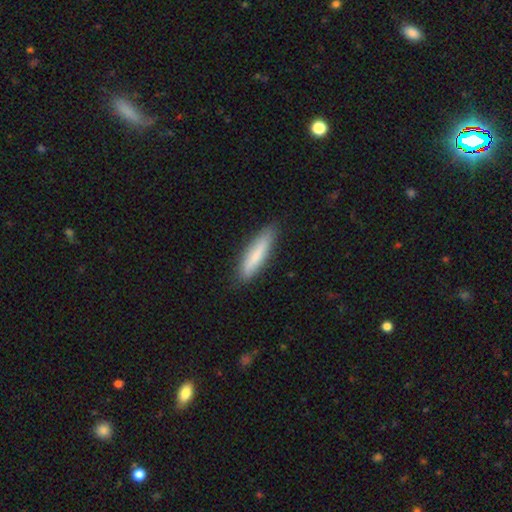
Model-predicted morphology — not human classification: smooth-or-featured: smooth: 79% | featured or disk: 16% | star or artifact: 6%
  how-rounded: cigar-shaped: 80% | in between: 19% | round: 1%
  merging: none: 85% | minor disturbance: 12% | major disturbance: 2% | merger: 1%